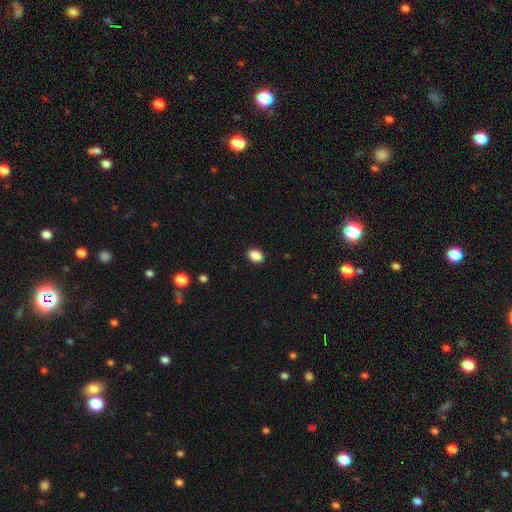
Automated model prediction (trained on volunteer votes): This appears to be a smooth galaxy with no disk features (89%) that is in between round and cigar-shaped (66%). Merging: none (90%).